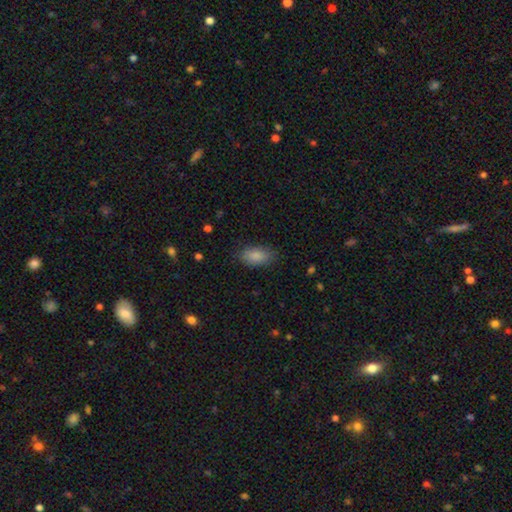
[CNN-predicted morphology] smooth_or_featured: smooth (p=0.88) [alt: star or artifact p=0.07]
how_rounded: in between (p=0.92) [alt: round p=0.04]
merging: none (p=0.83) [alt: minor disturbance p=0.13]